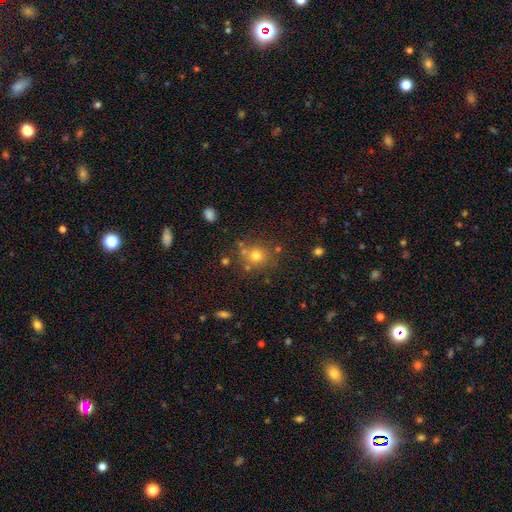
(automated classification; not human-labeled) This appears to be a smooth galaxy with no disk features (73%) that is round (87%). Merging: none (73%).